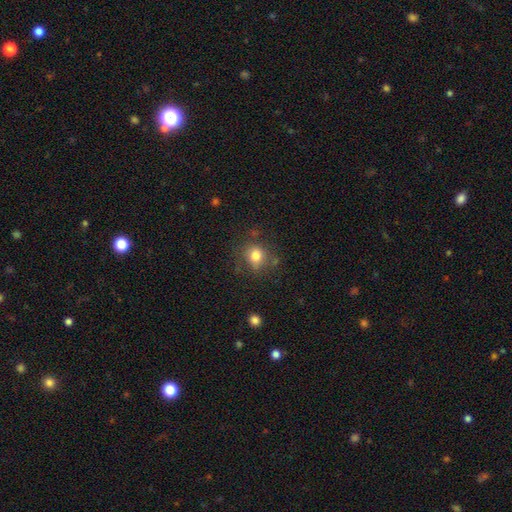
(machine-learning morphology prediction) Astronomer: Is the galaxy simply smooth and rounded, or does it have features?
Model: smooth — 79%.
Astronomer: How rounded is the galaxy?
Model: round — 74%.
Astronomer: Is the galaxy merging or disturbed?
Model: none — 73%.